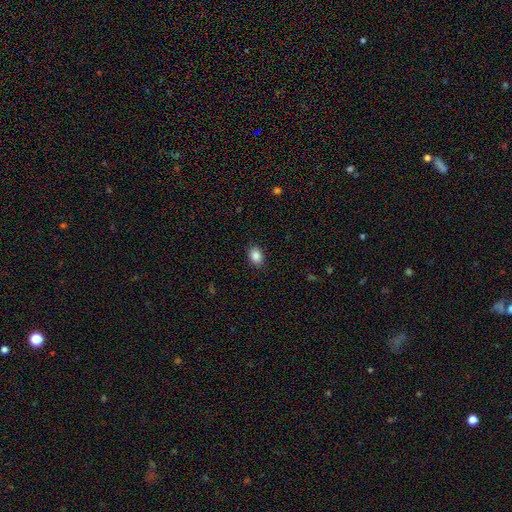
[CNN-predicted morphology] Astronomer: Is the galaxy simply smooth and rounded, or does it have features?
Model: smooth — 87%.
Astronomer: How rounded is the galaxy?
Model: in between — 77%.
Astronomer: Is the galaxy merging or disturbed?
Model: none — 88%.